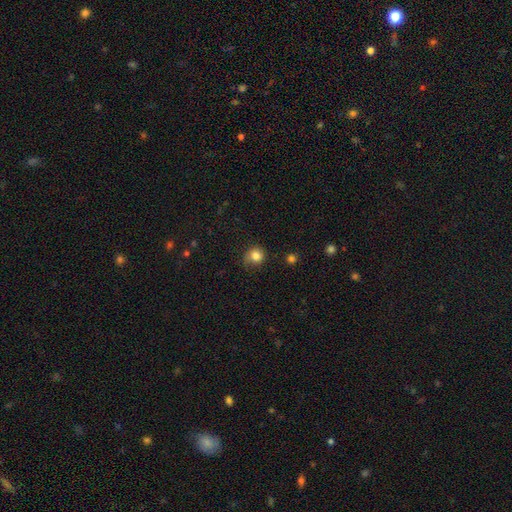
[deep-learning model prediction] Smooth or featured? Predicted: smooth (p=0.83). How rounded? Predicted: round (p=0.86). Merging? Predicted: none (p=0.69).